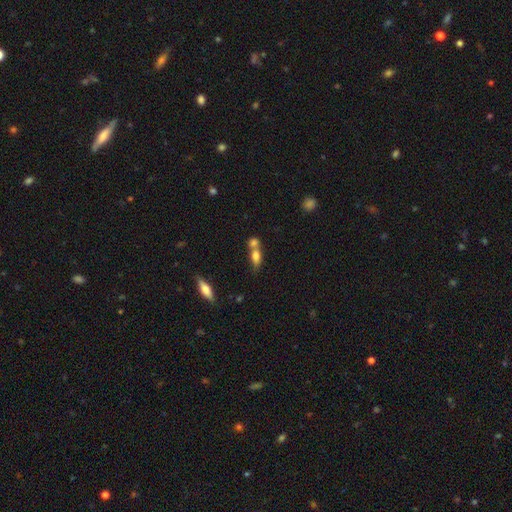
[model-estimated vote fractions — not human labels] smooth 76%, featured or disk 14%, star or artifact 10%. Down the decision tree: how rounded — in between (73%); merging — merger (54%).